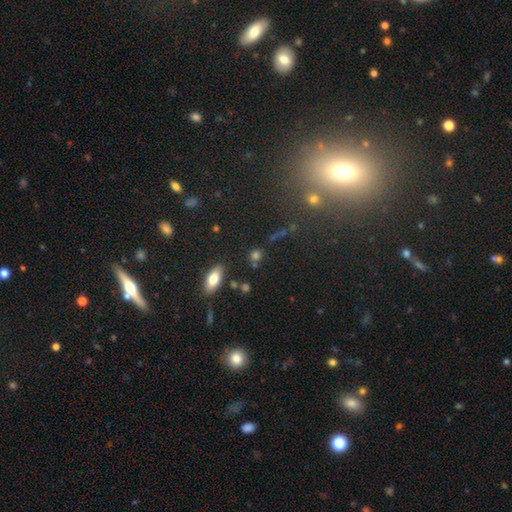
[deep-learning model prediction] This appears to be a smooth galaxy with no disk features (59%) that is in between round and cigar-shaped (54%). Merging: none (78%).